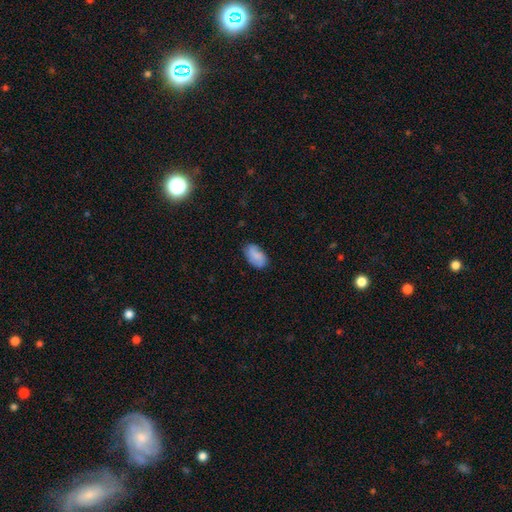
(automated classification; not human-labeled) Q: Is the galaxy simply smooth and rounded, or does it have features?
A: smooth — 76%.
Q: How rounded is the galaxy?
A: in between — 93%.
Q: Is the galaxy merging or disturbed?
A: none — 77%.